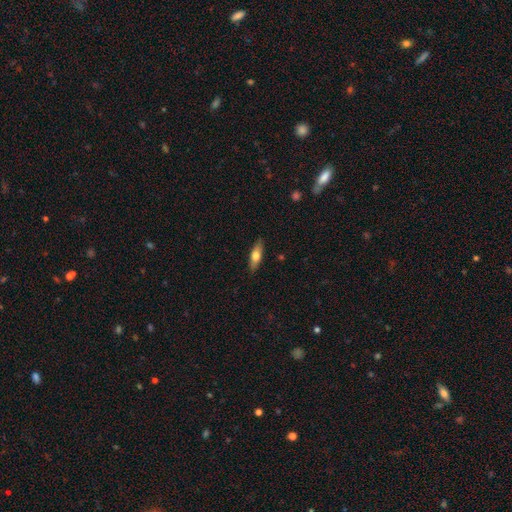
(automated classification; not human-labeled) Smooth or featured: smooth — 63% (featured or disk — 31%)
How rounded: in between — 56% (cigar-shaped — 42%)
Merging: none — 87% (minor disturbance — 10%)